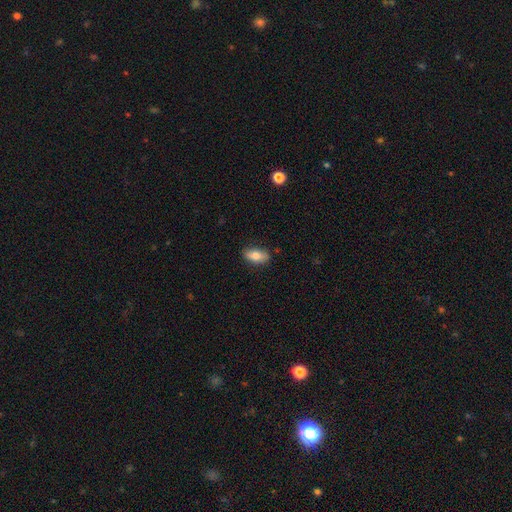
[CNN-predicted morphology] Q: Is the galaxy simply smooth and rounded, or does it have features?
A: smooth — 79%.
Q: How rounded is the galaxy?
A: in between — 87%.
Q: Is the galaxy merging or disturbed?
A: none — 84%.